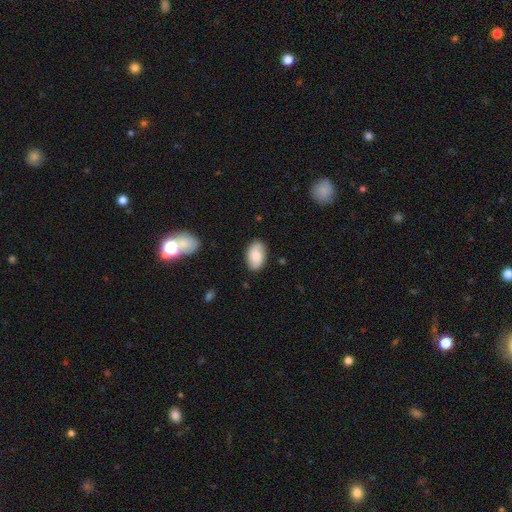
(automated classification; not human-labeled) Smooth or featured?
  - smooth: 64% *
  - featured or disk: 28%
  - star or artifact: 8%
How rounded?
  - in between: 91% *
  - round: 8%
  - cigar-shaped: 2%
Merging?
  - none: 80% *
  - minor disturbance: 15%
  - major disturbance: 3%
  - merger: 2%